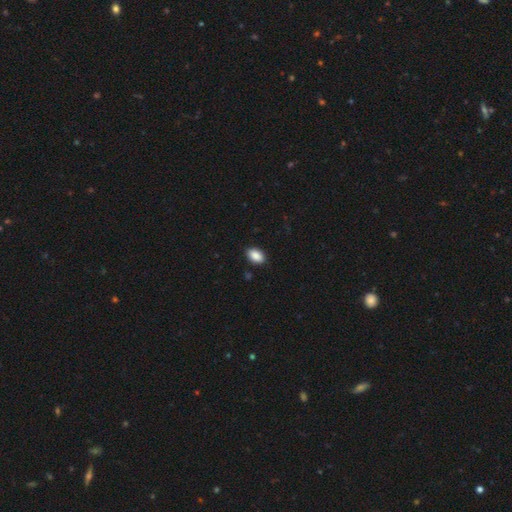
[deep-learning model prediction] Smooth or featured? smooth (89%)
How rounded? in between (89%)
Merging? none (88%)